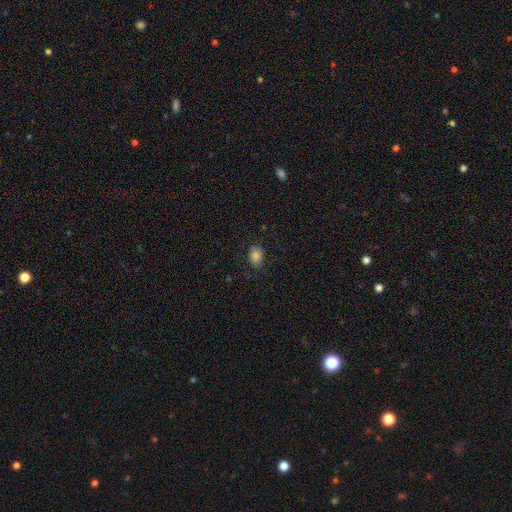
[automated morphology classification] Smooth or featured? Predicted: smooth (p=0.83). How rounded? Predicted: in between (p=0.76). Merging? Predicted: none (p=0.79).